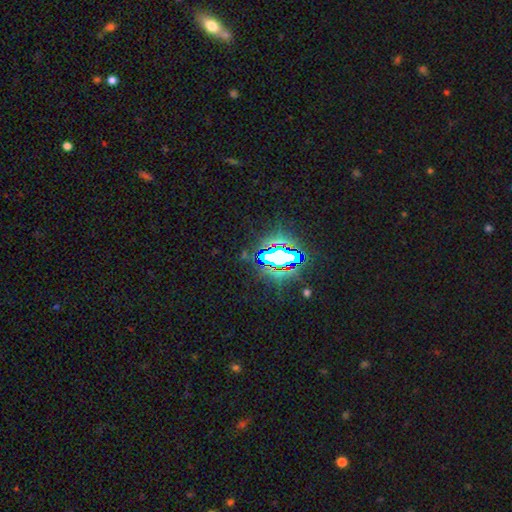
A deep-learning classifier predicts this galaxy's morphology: Smooth or featured?
  - star or artifact: 80% *
  - smooth: 12%
  - featured or disk: 9%